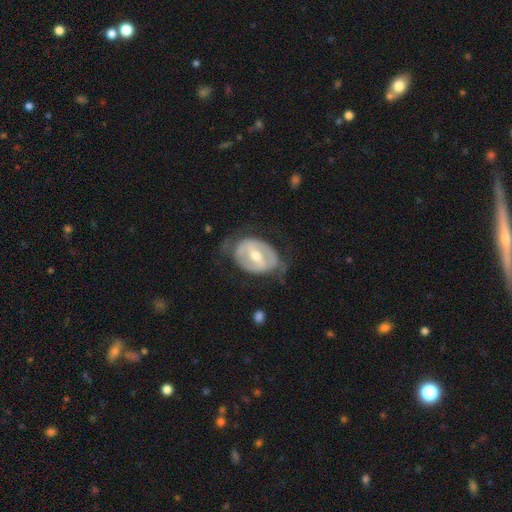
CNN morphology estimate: Smooth or featured?
  - featured or disk: 70% *
  - smooth: 25%
  - star or artifact: 5%
Edge-on disk?
  - no: 95% *
  - yes: 5%
Bar?
  - strong: 52% *
  - weak: 33%
  - no: 16%
Spiral arms?
  - no: 62% *
  - yes: 38%
Bulge size?
  - moderate: 67% *
  - small: 26%
  - large: 4%
  - none: 1%
  - dominant: 1%
Merging?
  - none: 57% *
  - minor disturbance: 24%
  - major disturbance: 17%
  - merger: 2%